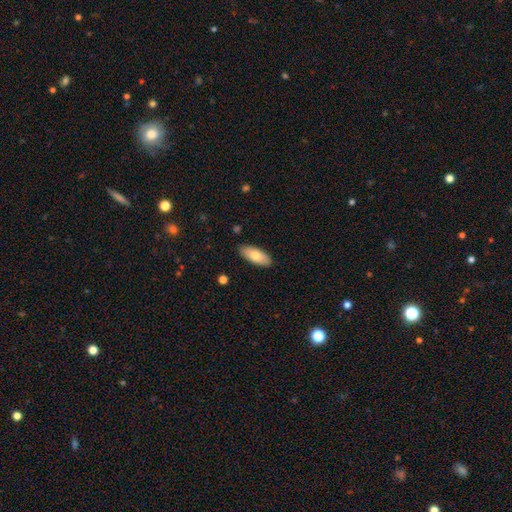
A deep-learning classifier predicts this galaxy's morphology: smooth-or-featured: smooth: 76% | featured or disk: 18% | star or artifact: 6%
  how-rounded: in between: 85% | cigar-shaped: 13% | round: 2%
  merging: none: 88% | minor disturbance: 9% | major disturbance: 2% | merger: 1%